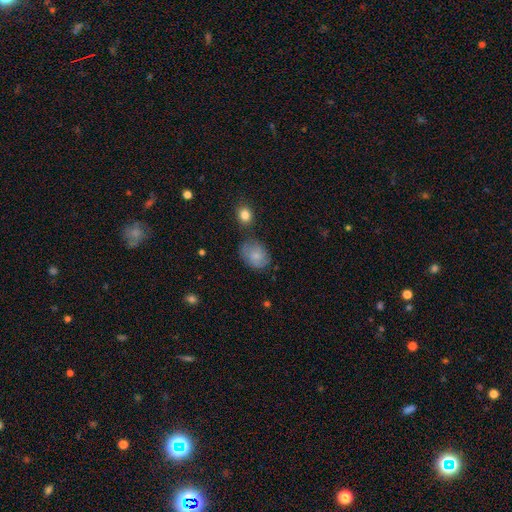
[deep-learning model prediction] smooth_or_featured: smooth (p=0.69) [alt: featured or disk p=0.23]
how_rounded: in between (p=0.61) [alt: round p=0.38]
merging: none (p=0.63) [alt: minor disturbance p=0.25]